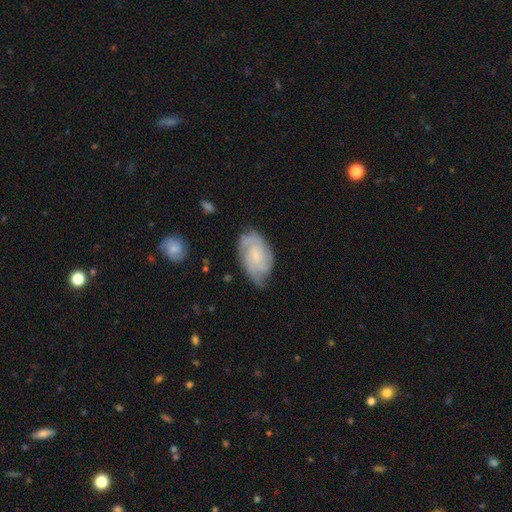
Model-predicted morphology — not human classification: smooth-or-featured: featured or disk: 71% | smooth: 22% | star or artifact: 7%
  disk-edge-on: no: 97% | yes: 3%
    bar: no: 68% | weak: 28% | strong: 4%
    has-spiral-arms: yes: 93% | no: 7%
      spiral-winding: tight: 55% | medium: 35% | loose: 10%
      spiral-arm-count: can't tell: 31% (tied) | 2: 31% (tied) | 3: 23% | 4: 7% | 1: 5% | more than 4: 4%
    bulge-size: small: 66% | moderate: 17% | none: 14% | large: 2% | dominant: 1%
  merging: none: 63% | minor disturbance: 27% | major disturbance: 8% | merger: 2%